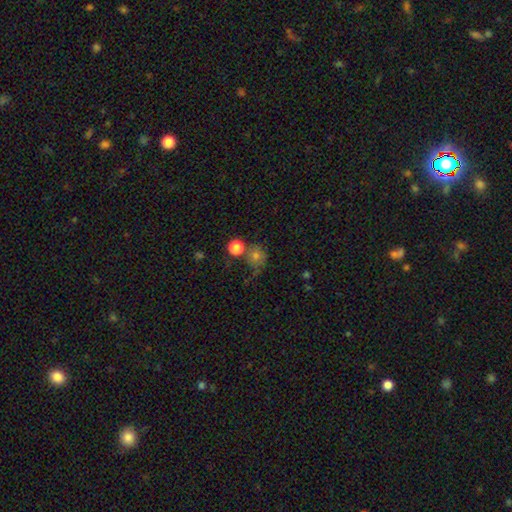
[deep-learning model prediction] smooth_or_featured: smooth (p=0.71) [alt: star or artifact p=0.17]
how_rounded: round (p=0.84) [alt: in between p=0.15]
merging: none (p=0.55) [alt: merger p=0.18]